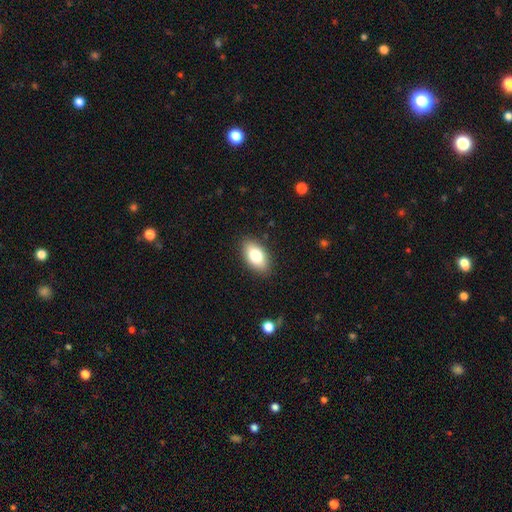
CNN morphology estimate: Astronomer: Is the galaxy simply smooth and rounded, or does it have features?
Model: smooth — 80%.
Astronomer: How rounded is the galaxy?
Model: in between — 92%.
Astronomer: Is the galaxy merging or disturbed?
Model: none — 87%.